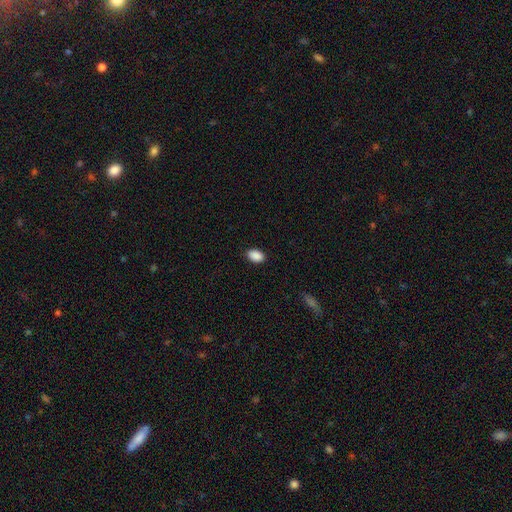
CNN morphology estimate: This appears to be a smooth galaxy with no disk features (90%) that is in between round and cigar-shaped (90%). Merging: none (88%).